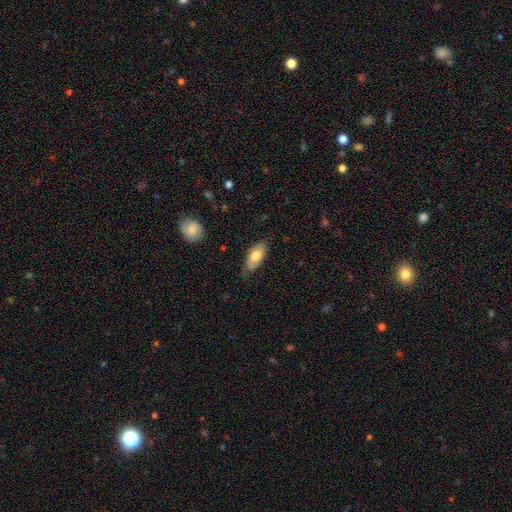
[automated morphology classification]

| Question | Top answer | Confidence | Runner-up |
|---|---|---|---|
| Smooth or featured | smooth | 74% | featured or disk (20%) |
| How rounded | in between | 87% | cigar-shaped (10%) |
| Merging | none | 71% | minor disturbance (23%) |